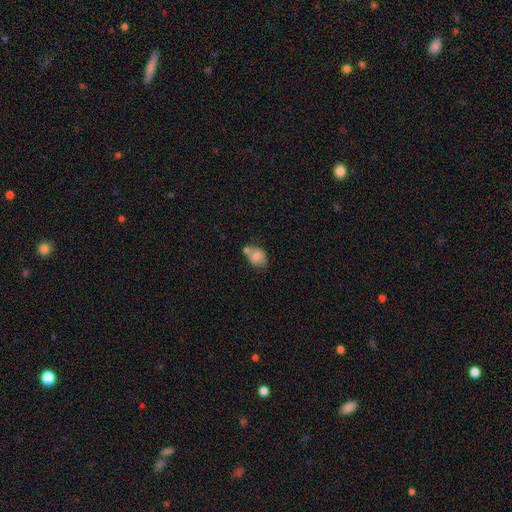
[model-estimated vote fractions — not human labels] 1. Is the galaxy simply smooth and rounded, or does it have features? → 76% smooth, 16% featured or disk, 9% star or artifact.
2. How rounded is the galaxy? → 61% in between, 37% round, 1% cigar-shaped.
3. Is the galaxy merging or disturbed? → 45% none, 29% merger, 20% minor disturbance, 6% major disturbance.